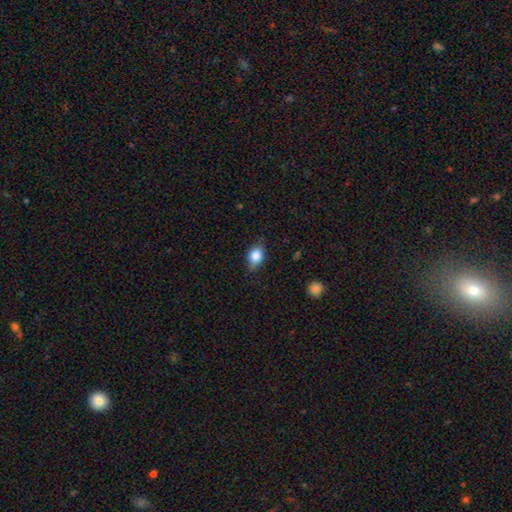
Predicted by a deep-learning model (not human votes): Smooth or featured? smooth (80%)
How rounded? in between (73%)
Merging? none (76%)